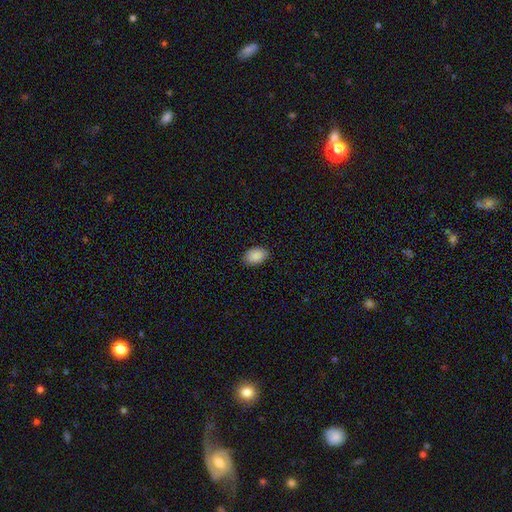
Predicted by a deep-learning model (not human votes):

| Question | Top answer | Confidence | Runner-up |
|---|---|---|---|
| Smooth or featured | smooth | 90% | star or artifact (7%) |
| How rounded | in between | 88% | round (11%) |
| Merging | none | 88% | minor disturbance (9%) |